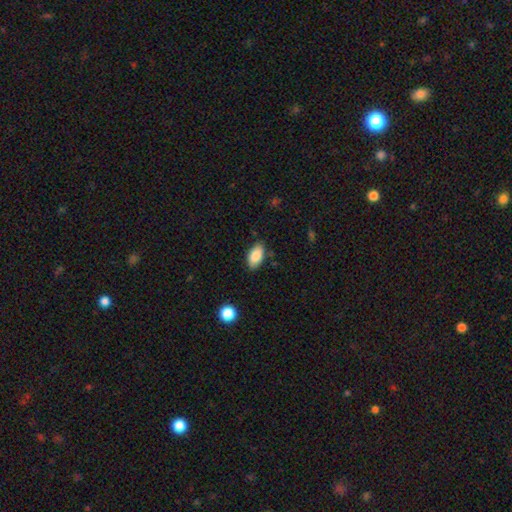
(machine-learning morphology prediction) The model was most divided on "merging": none: 82%, minor disturbance: 13%, major disturbance: 3%, merger: 2%. More confident: how rounded — in between (94%); smooth or featured — smooth (87%).